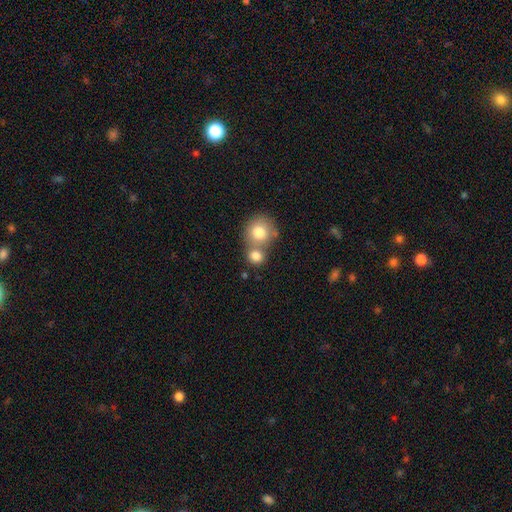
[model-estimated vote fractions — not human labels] Smooth or featured: smooth — 80% (featured or disk — 10%)
How rounded: round — 80% (in between — 19%)
Merging: merger — 49% (none — 41%)